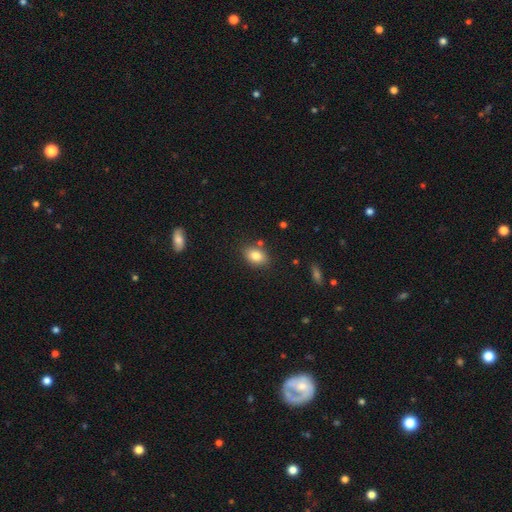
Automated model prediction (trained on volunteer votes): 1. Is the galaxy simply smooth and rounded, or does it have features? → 82% smooth, 9% star or artifact, 9% featured or disk.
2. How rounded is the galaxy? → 76% in between, 22% round, 1% cigar-shaped.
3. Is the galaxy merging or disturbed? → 80% none, 12% minor disturbance, 5% merger, 3% major disturbance.